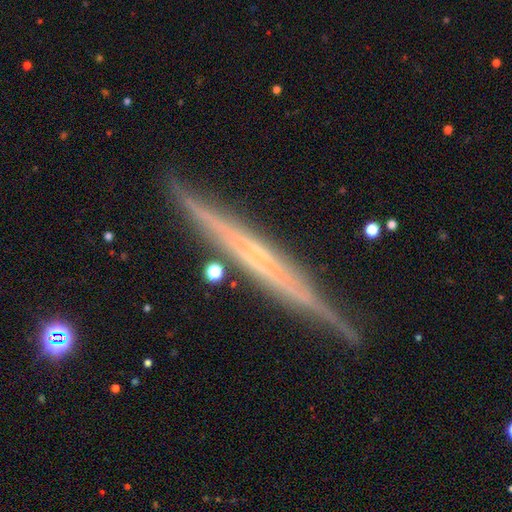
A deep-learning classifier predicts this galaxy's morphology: smooth-or-featured: featured or disk: 77% | smooth: 17% | star or artifact: 6%
  disk-edge-on: yes: 97% | no: 3%
    edge-on-bulge: none: 65% | rounded: 27% | boxy: 8%
  merging: none: 84% | minor disturbance: 11% | merger: 2% | major disturbance: 2%